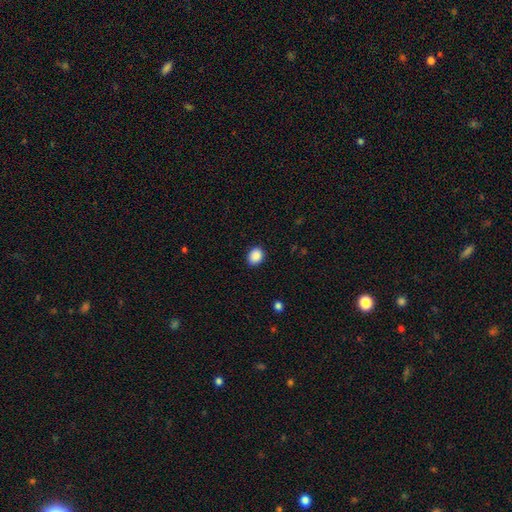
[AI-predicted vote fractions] This is clearly a smooth galaxy (89%). How rounded: possibly round (51%). Merging: clearly none (85%).